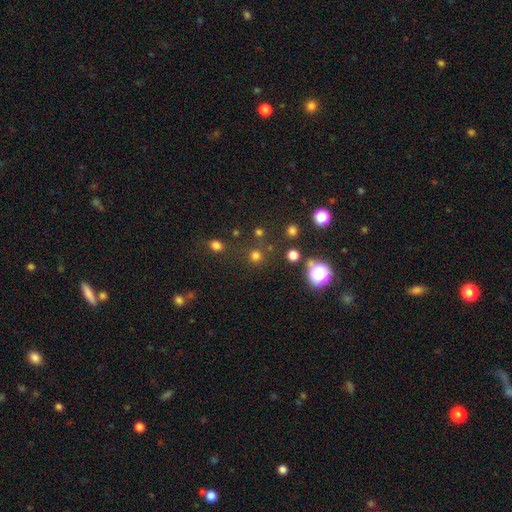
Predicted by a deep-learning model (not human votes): A smooth galaxy with no disk features (69%) that is round (92%). Merging: none (79%).